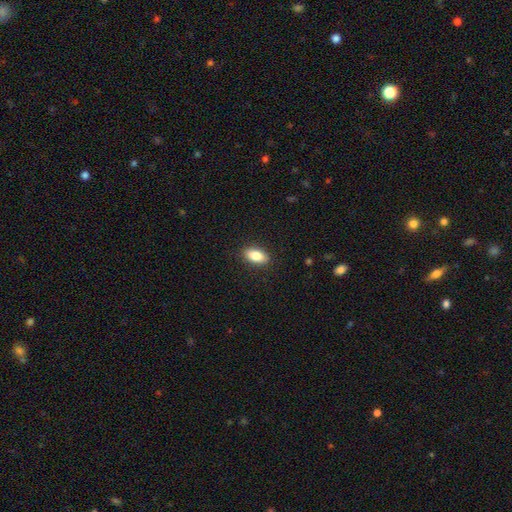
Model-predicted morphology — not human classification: This is clearly a smooth galaxy (83%). How rounded: clearly in between (89%). Merging: clearly none (89%).